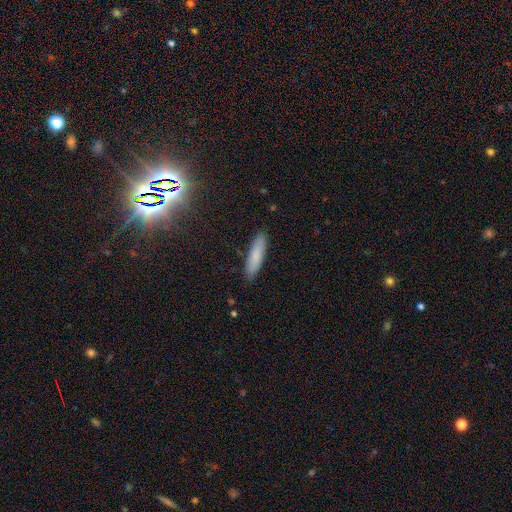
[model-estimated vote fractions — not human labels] This is likely a smooth galaxy (80%). How rounded: likely cigar-shaped (75%). Merging: clearly none (88%).